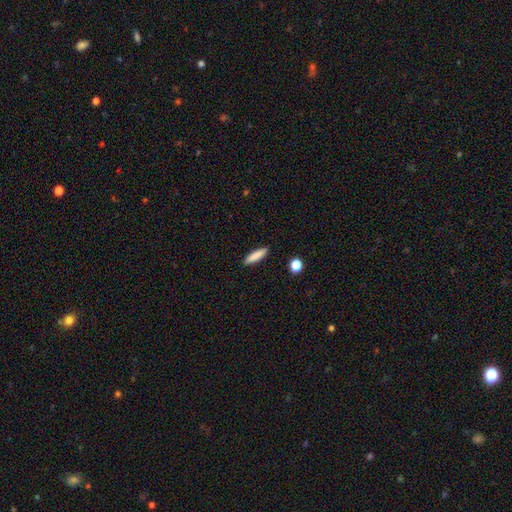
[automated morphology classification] Smooth or featured?
  - smooth: 85% *
  - featured or disk: 8%
  - star or artifact: 6%
How rounded?
  - cigar-shaped: 77% *
  - in between: 21%
  - round: 2%
Merging?
  - none: 90% *
  - minor disturbance: 7%
  - major disturbance: 2%
  - merger: 2%